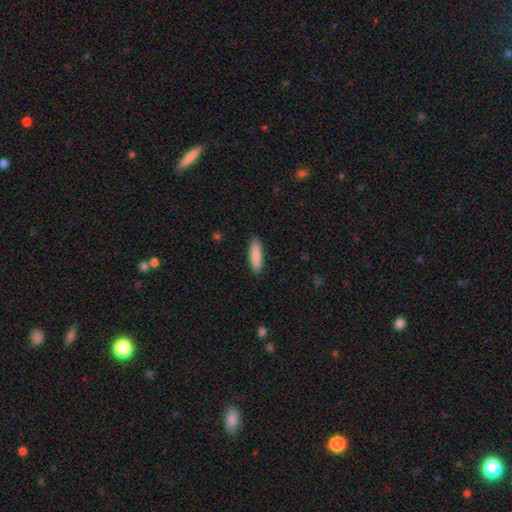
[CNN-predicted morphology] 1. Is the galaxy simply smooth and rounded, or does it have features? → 88% smooth, 7% featured or disk, 6% star or artifact.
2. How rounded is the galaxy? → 61% cigar-shaped, 37% in between, 1% round.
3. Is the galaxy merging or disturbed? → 90% none, 8% minor disturbance, 2% major disturbance, 1% merger.